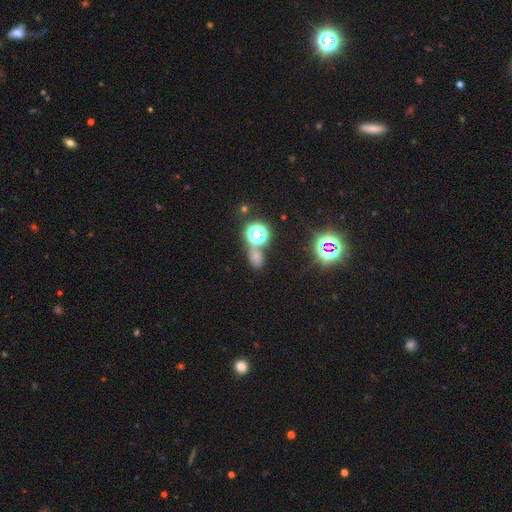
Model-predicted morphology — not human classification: smooth_or_featured: smooth (p=0.51) [alt: star or artifact p=0.40]
how_rounded: in between (p=0.60) [alt: round p=0.37]
merging: none (p=0.60) [alt: merger p=0.22]